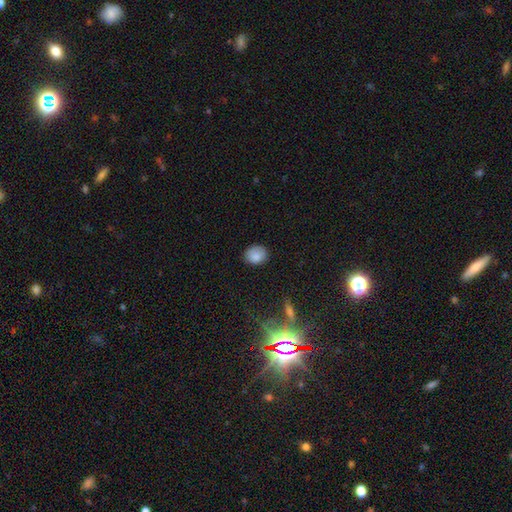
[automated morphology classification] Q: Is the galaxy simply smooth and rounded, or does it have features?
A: smooth — 85%.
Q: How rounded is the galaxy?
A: round — 59%.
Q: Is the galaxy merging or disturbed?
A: none — 79%.